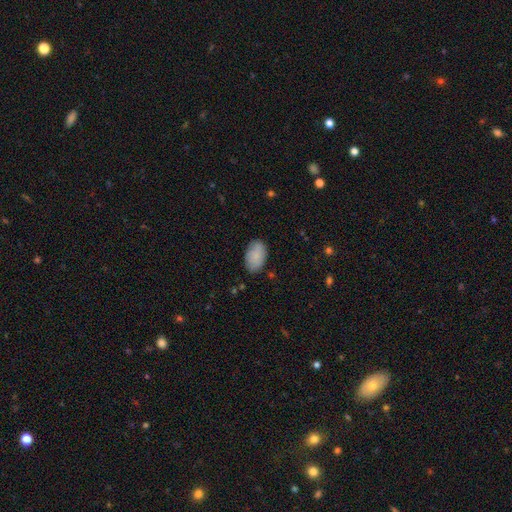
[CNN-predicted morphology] Overall: smooth (84%). How rounded: in between (93%). Merging: none (81%).